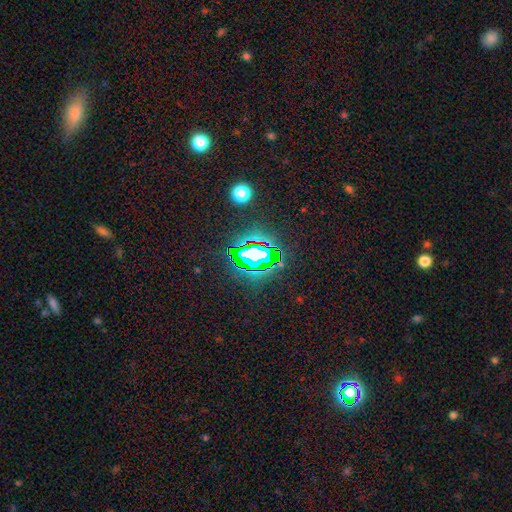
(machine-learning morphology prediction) A star or artifact, not a galaxy (72%).